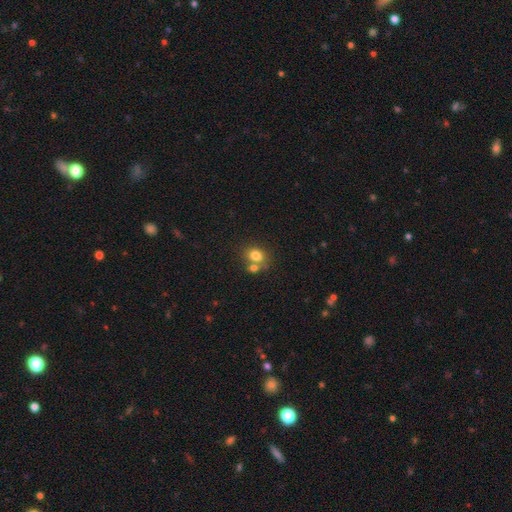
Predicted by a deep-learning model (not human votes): A smooth galaxy with no disk features (79%) that is round (50%). Merging: none (49%).